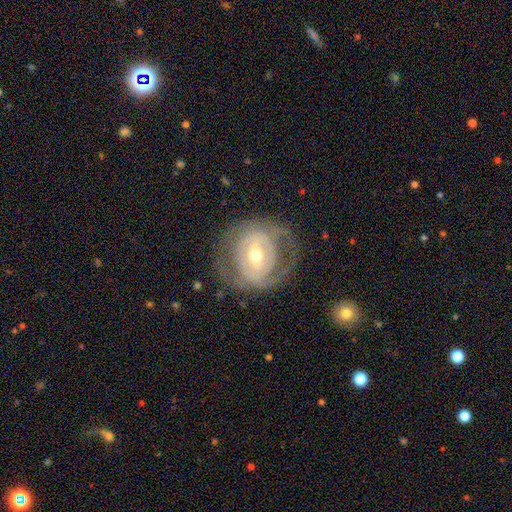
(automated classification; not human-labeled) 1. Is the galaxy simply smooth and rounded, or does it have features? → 76% featured or disk, 18% smooth, 6% star or artifact.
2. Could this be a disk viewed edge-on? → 95% no, 5% yes.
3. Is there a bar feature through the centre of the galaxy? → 40% weak, 33% strong, 27% no.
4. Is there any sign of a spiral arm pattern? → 59% yes, 41% no.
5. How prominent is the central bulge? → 55% moderate, 40% small, 3% large, 1% none, 1% dominant.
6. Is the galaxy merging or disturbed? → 67% none, 17% minor disturbance, 14% major disturbance, 1% merger.